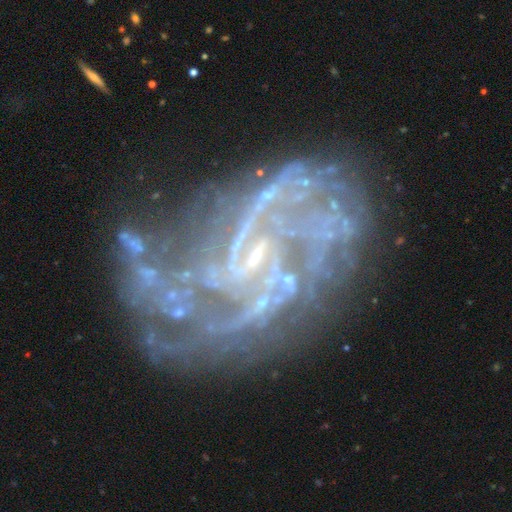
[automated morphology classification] The model was most divided on "bar": no: 44%, weak: 42%, strong: 14%. Remaining: edge-on disk — no (98%); smooth or featured — featured or disk (85%); spiral arms — yes (85%); bulge size — small (59%); merging — none (53%); spiral winding — medium (40%); spiral arm count — can't tell (34%).